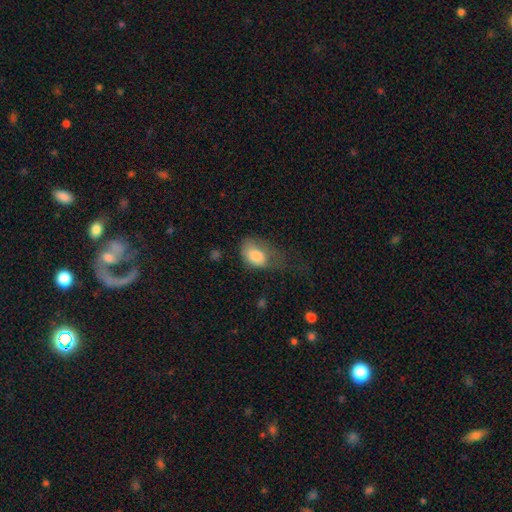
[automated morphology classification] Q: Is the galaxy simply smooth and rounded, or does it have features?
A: smooth — 81%.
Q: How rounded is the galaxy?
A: in between — 84%.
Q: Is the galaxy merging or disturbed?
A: major disturbance — 42%.